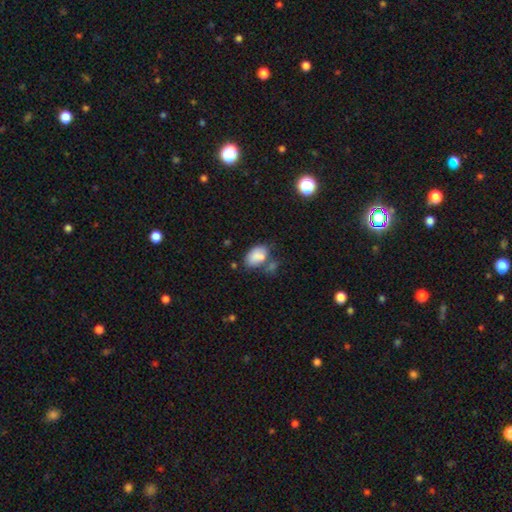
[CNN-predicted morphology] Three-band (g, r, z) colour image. It shows a smooth galaxy with no disk features (83%) that is in between round and cigar-shaped (86%). Merging: none (45%).